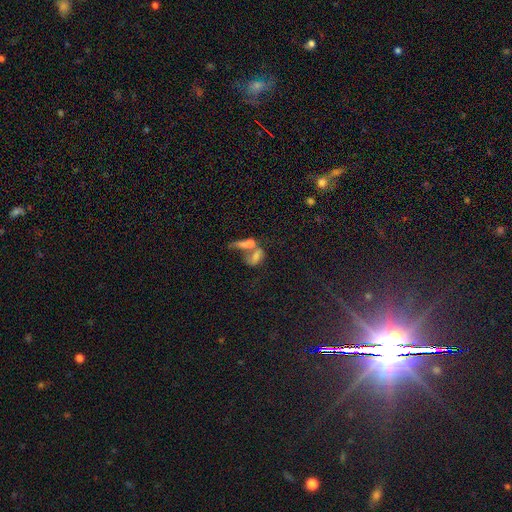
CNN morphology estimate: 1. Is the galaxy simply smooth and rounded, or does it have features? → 50% smooth, 32% featured or disk, 18% star or artifact.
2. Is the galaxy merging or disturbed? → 58% merger, 21% none, 12% major disturbance, 9% minor disturbance.